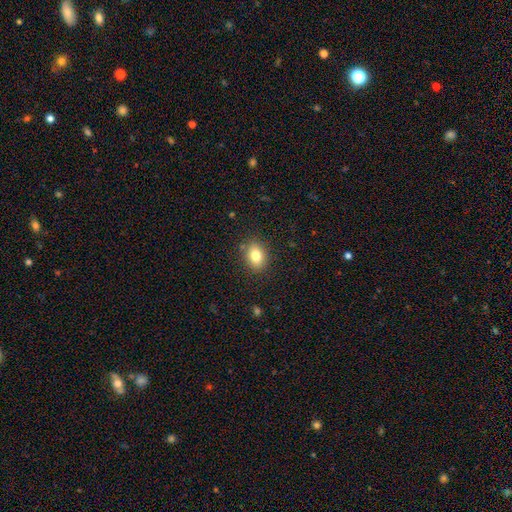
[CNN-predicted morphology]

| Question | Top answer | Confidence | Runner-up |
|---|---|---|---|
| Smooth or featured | smooth | 80% | star or artifact (10%) |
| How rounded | in between | 67% | round (31%) |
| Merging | none | 86% | minor disturbance (10%) |